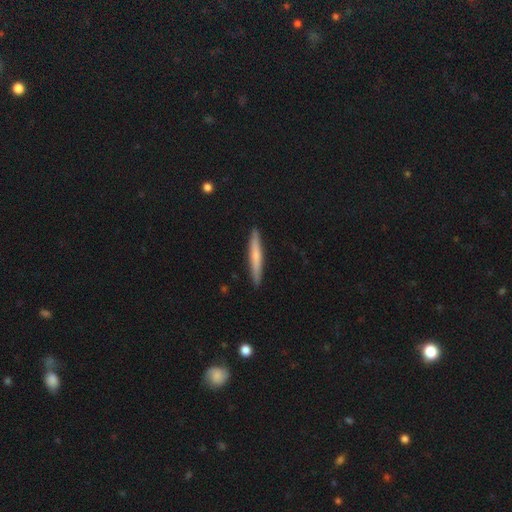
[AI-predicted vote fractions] Smooth or featured? smooth (57%)
How rounded? cigar-shaped (96%)
Merging? none (91%)